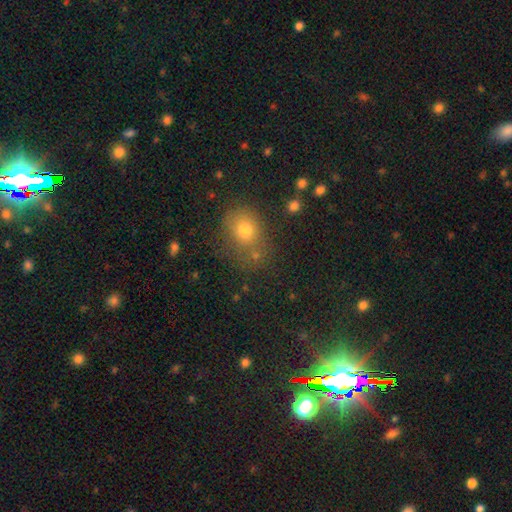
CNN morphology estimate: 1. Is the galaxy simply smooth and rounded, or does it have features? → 68% smooth, 22% star or artifact, 10% featured or disk.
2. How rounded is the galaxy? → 65% round, 34% in between, 1% cigar-shaped.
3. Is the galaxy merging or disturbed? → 67% none, 16% minor disturbance, 11% merger, 7% major disturbance.